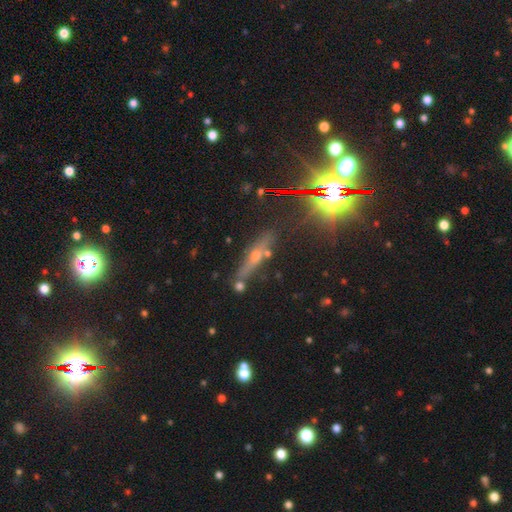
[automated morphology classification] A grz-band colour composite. It shows a featured or disk galaxy (50%). Merging: none (73%).